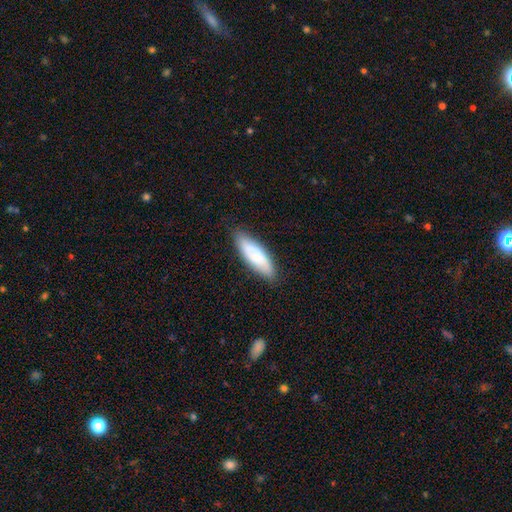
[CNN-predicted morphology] Smooth or featured: smooth — 64% (featured or disk — 30%)
How rounded: in between — 56% (cigar-shaped — 42%)
Merging: none — 83% (minor disturbance — 13%)